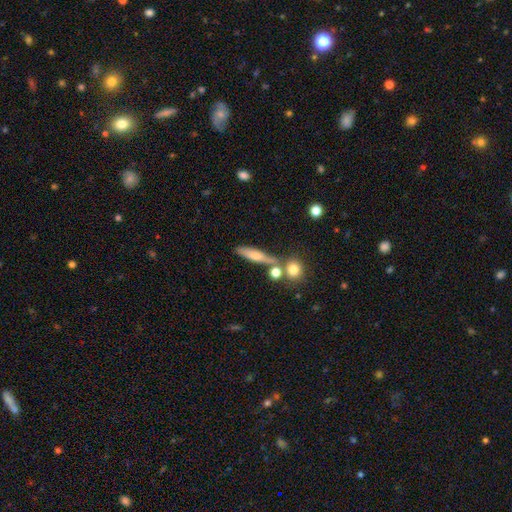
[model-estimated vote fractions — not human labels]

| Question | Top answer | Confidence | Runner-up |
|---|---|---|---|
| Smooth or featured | smooth | 58% | featured or disk (34%) |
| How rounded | cigar-shaped | 72% | in between (21%) |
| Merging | none | 66% | merger (15%) |